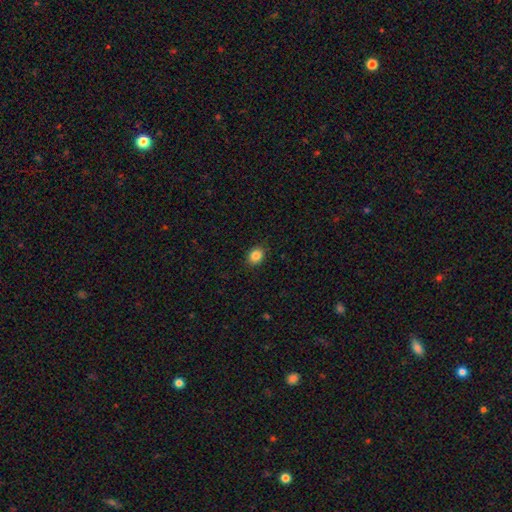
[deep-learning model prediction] smooth-or-featured: smooth: 85% | star or artifact: 10% | featured or disk: 5%
  how-rounded: round: 51% | in between: 48% | cigar-shaped: 1%
  merging: none: 89% | minor disturbance: 8% | major disturbance: 2% | merger: 1%